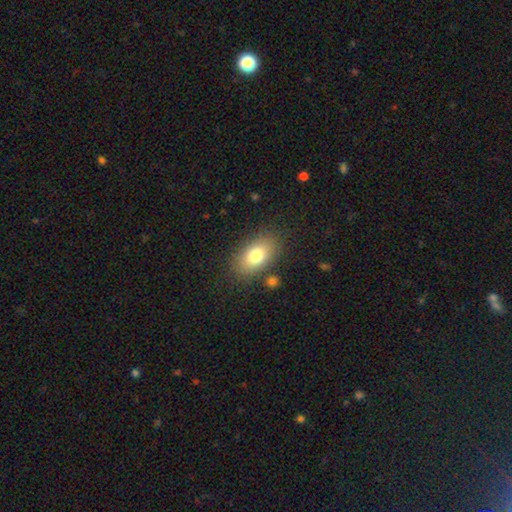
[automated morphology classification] A smooth galaxy with no disk features (78%) that is in between round and cigar-shaped (90%).

Vote fractions:
- Smooth or featured? smooth: 78% / featured or disk: 13% / star or artifact: 8%
- How rounded? in between: 90% / round: 8% / cigar-shaped: 2%
- Merging? none: 82% / minor disturbance: 11% / major disturbance: 4% / merger: 3%